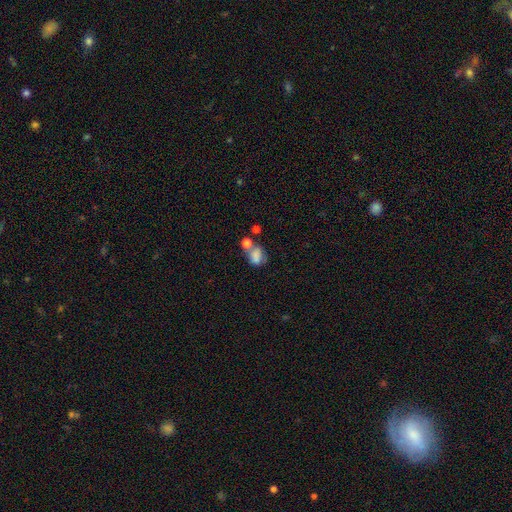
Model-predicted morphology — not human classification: smooth_or_featured: smooth (p=0.72) [alt: featured or disk p=0.16]
how_rounded: in between (p=0.66) [alt: round p=0.33]
merging: merger (p=0.42) [alt: none p=0.27]